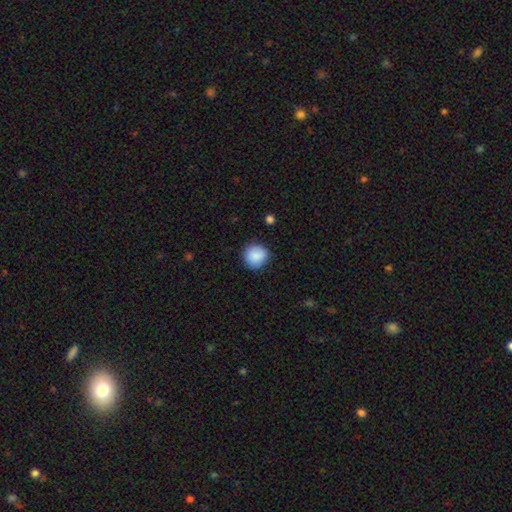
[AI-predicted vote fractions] Smooth or featured: smooth — 89% (star or artifact — 7%)
How rounded: round — 92% (in between — 7%)
Merging: none — 87% (minor disturbance — 9%)